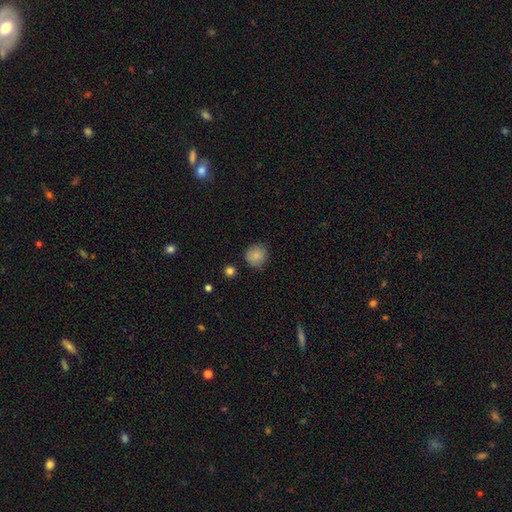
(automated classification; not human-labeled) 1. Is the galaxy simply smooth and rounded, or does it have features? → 83% smooth, 10% star or artifact, 7% featured or disk.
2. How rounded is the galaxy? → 88% round, 11% in between, 1% cigar-shaped.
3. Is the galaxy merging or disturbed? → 79% none, 15% minor disturbance, 3% major disturbance, 3% merger.